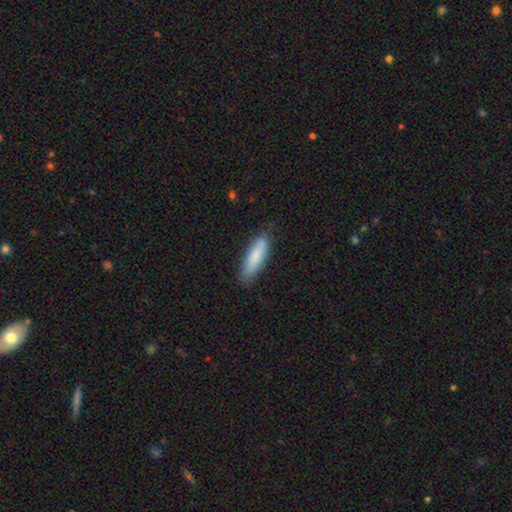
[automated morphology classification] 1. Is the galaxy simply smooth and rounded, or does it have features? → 84% smooth, 11% featured or disk, 6% star or artifact.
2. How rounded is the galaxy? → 57% cigar-shaped, 42% in between, 1% round.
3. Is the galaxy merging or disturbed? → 80% none, 16% minor disturbance, 3% major disturbance, 1% merger.